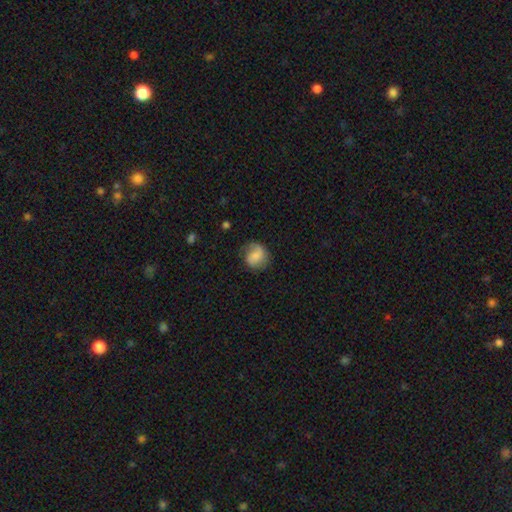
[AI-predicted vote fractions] Smooth or featured?
  - smooth: 62% *
  - featured or disk: 30%
  - star or artifact: 8%
How rounded?
  - round: 76% *
  - in between: 23%
  - cigar-shaped: 1%
Merging?
  - none: 63% *
  - minor disturbance: 23%
  - major disturbance: 12%
  - merger: 1%